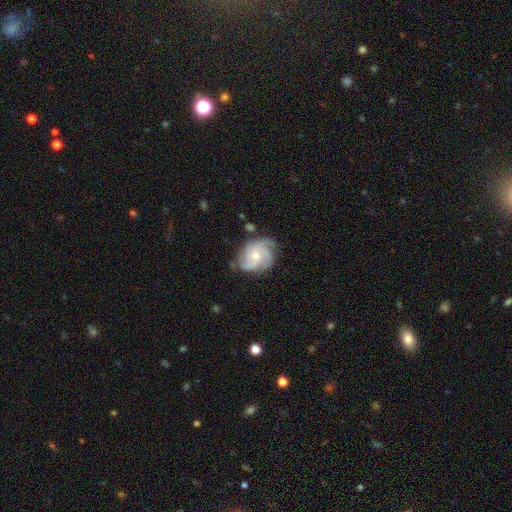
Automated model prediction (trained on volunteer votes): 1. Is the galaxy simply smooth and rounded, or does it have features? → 82% featured or disk, 12% smooth, 6% star or artifact.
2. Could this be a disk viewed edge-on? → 98% no, 2% yes.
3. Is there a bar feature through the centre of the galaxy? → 72% no, 25% weak, 3% strong.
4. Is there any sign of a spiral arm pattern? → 96% yes, 4% no.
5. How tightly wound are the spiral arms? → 48% tight, 40% medium, 12% loose.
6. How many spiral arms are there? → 42% 3, 26% 4, 14% can't tell, 8% 2, 5% more than 4, 4% 1.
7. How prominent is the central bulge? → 52% moderate, 42% small, 3% large, 2% none, 1% dominant.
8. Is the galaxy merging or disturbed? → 69% none, 21% minor disturbance, 8% major disturbance, 2% merger.